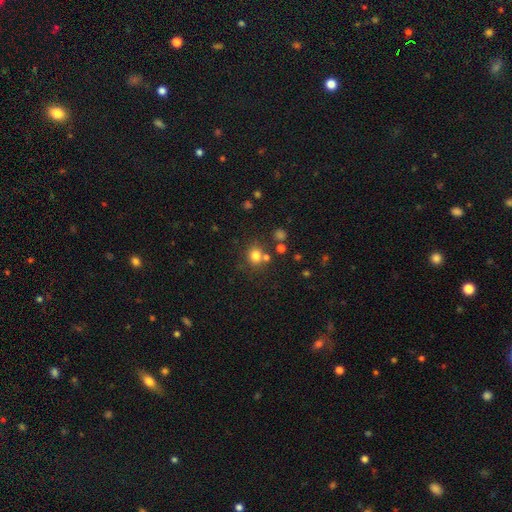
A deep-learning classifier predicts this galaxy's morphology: smooth 77%, star or artifact 15%, featured or disk 8%. Down the decision tree: how rounded — round (78%); merging — none (69%).